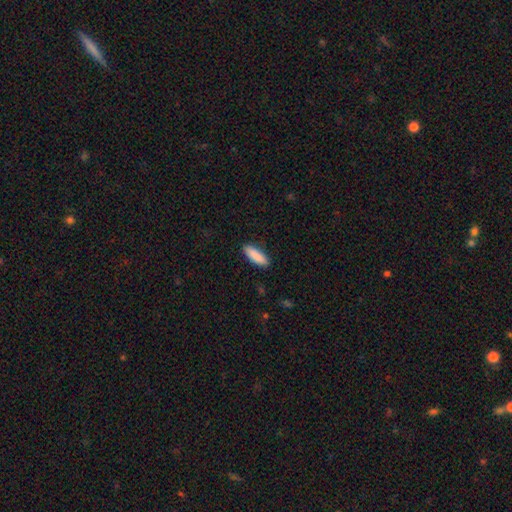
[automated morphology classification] Overall: smooth (90%). How rounded: in between (52%; cigar-shaped 47%). Merging: none (89%).